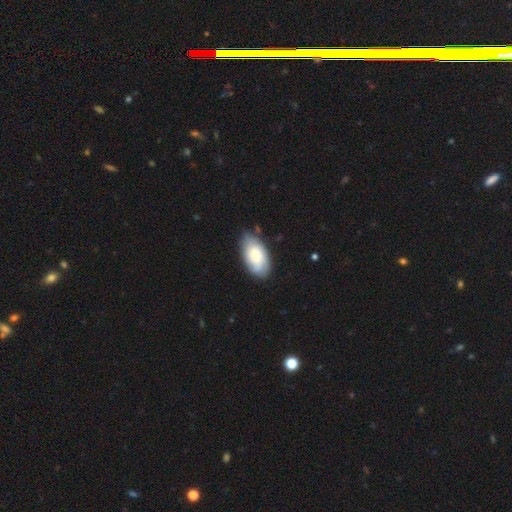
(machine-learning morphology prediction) A smooth galaxy with no disk features (60%) that is in between round and cigar-shaped (93%). Merging: none (73%).